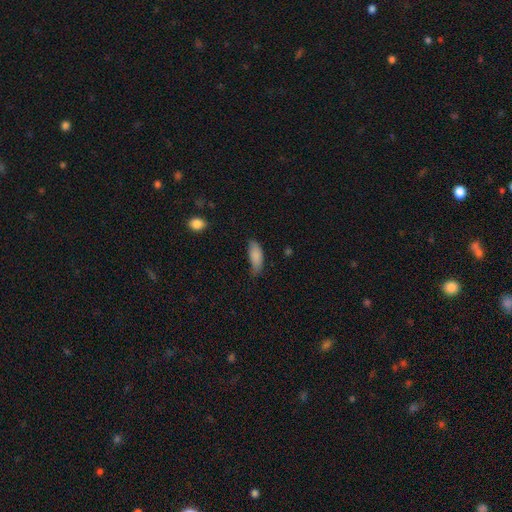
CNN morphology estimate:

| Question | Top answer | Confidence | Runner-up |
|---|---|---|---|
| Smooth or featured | smooth | 86% | star or artifact (7%) |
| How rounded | in between | 80% | cigar-shaped (18%) |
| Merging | none | 52% | minor disturbance (37%) |